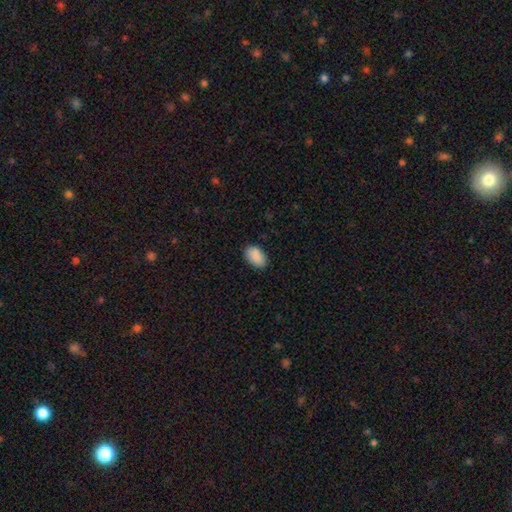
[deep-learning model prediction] A smooth galaxy with no disk features (90%) that is in between round and cigar-shaped (92%).

Vote fractions:
- Smooth or featured? smooth: 90% / star or artifact: 7% / featured or disk: 3%
- How rounded? in between: 92% / round: 6% / cigar-shaped: 1%
- Merging? none: 85% / minor disturbance: 12% / major disturbance: 2% / merger: 1%